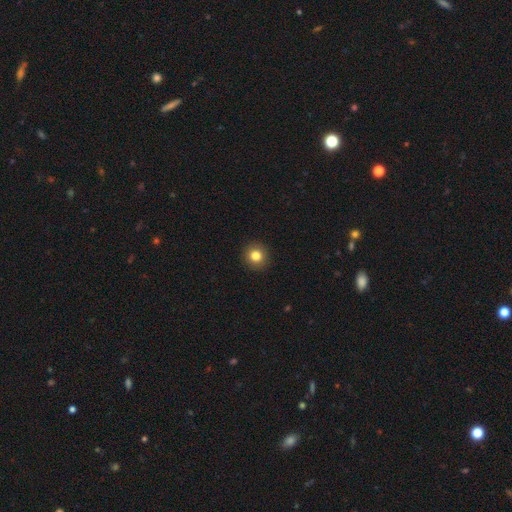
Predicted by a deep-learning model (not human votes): smooth_or_featured: smooth (p=0.82) [alt: star or artifact p=0.11]
how_rounded: round (p=0.92) [alt: in between p=0.07]
merging: none (p=0.92) [alt: minor disturbance p=0.05]